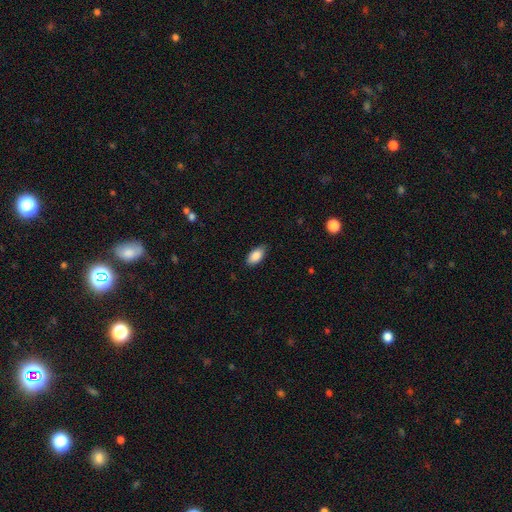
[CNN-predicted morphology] Smooth or featured: smooth — 87% (star or artifact — 7%)
How rounded: in between — 93% (cigar-shaped — 3%)
Merging: none — 82% (minor disturbance — 15%)